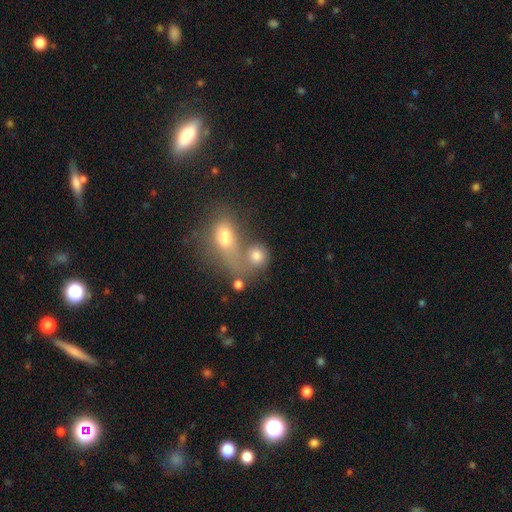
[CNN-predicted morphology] Smooth or featured?
  - smooth: 67% *
  - featured or disk: 18%
  - star or artifact: 15%
How rounded?
  - round: 64% *
  - in between: 34%
  - cigar-shaped: 3%
Merging?
  - merger: 62% *
  - none: 22%
  - major disturbance: 9%
  - minor disturbance: 7%